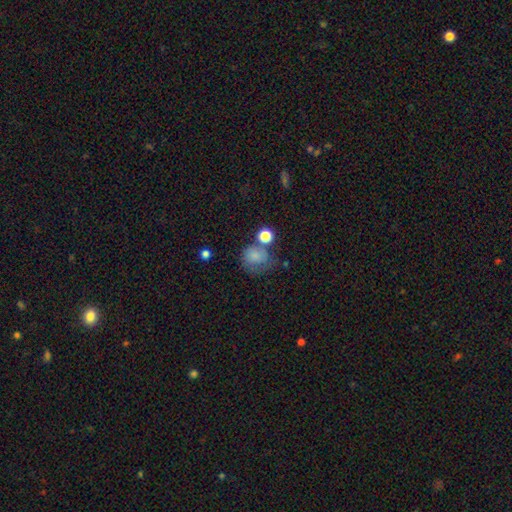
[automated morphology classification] This appears to be a smooth galaxy with no disk features (74%) that is round (75%). Merging: none (42%).